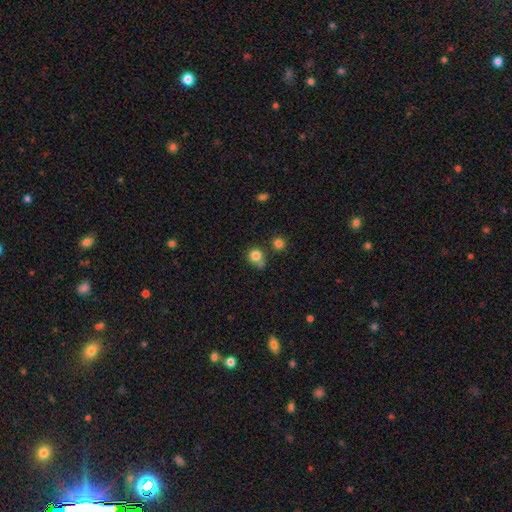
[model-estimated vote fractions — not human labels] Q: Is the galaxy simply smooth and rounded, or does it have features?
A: smooth — 81%.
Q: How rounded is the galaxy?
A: round — 86%.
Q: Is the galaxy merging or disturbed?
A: none — 57%.